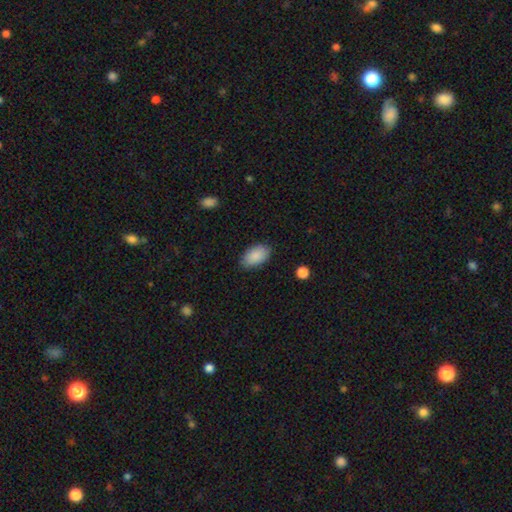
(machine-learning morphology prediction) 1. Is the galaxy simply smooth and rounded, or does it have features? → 89% smooth, 6% star or artifact, 4% featured or disk.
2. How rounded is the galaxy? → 94% in between, 4% round, 1% cigar-shaped.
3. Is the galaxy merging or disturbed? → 85% none, 11% minor disturbance, 3% major disturbance, 1% merger.